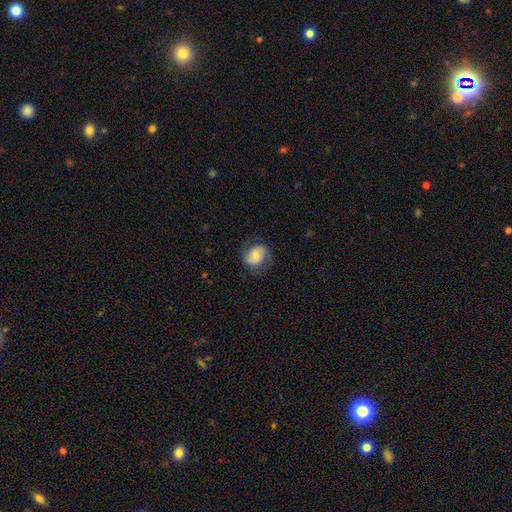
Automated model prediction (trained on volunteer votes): Smooth or featured? Predicted: smooth (p=0.64). How rounded? Predicted: in between (p=0.51). Merging? Predicted: none (p=0.67).